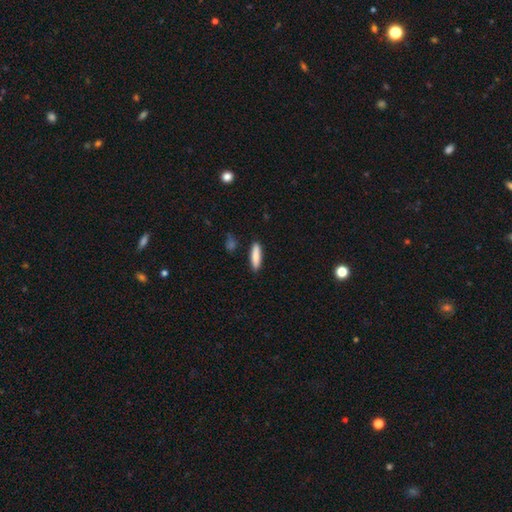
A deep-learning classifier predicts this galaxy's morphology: Smooth or featured?
  - smooth: 84% *
  - featured or disk: 10%
  - star or artifact: 6%
How rounded?
  - cigar-shaped: 74% *
  - in between: 25%
  - round: 2%
Merging?
  - none: 87% *
  - minor disturbance: 9%
  - merger: 2%
  - major disturbance: 2%